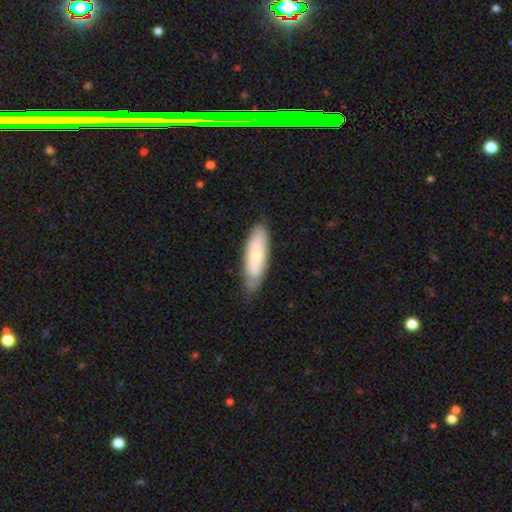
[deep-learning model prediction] Smooth or featured? smooth (64%)
How rounded? in between (56%)
Merging? none (72%)